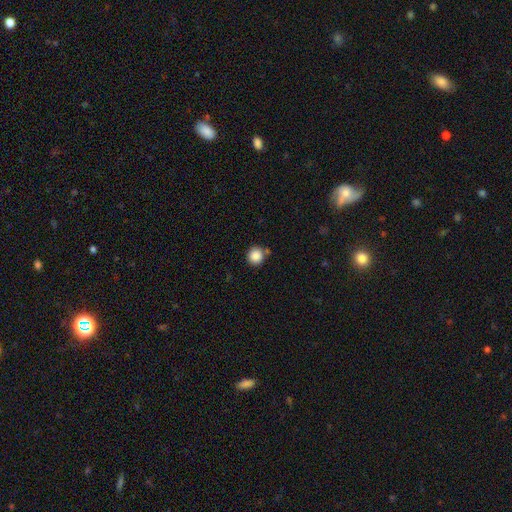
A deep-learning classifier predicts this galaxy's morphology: Smooth or featured?
  - smooth: 87% *
  - star or artifact: 10%
  - featured or disk: 3%
How rounded?
  - round: 94% *
  - in between: 5%
  - cigar-shaped: 1%
Merging?
  - none: 77% *
  - minor disturbance: 10%
  - merger: 9%
  - major disturbance: 3%